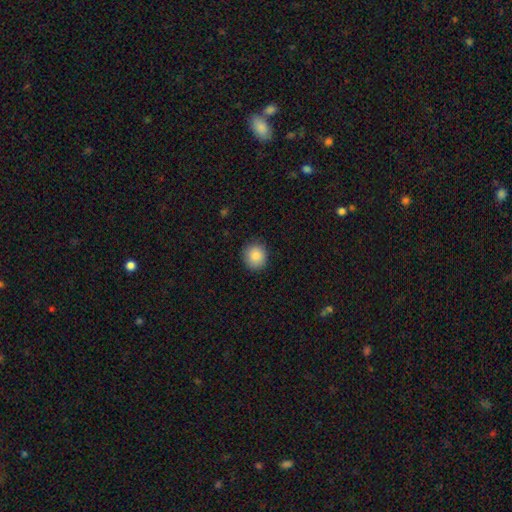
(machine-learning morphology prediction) Smooth or featured: smooth — 87% (star or artifact — 9%)
How rounded: round — 88% (in between — 11%)
Merging: none — 89% (minor disturbance — 8%)